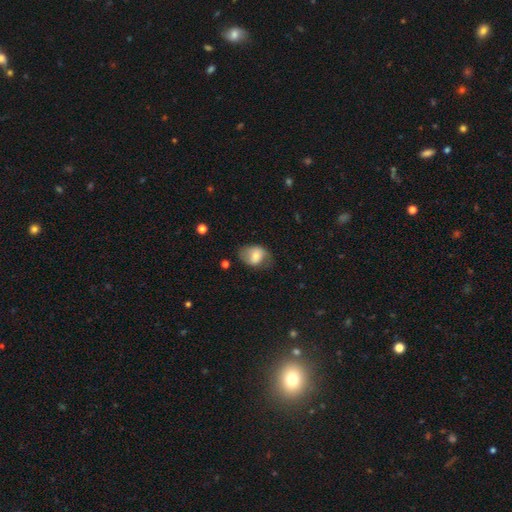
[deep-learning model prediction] Smooth or featured? smooth (63%)
How rounded? in between (70%)
Merging? none (53%)